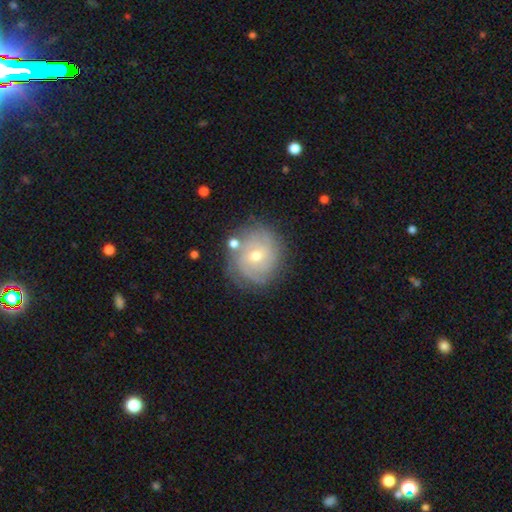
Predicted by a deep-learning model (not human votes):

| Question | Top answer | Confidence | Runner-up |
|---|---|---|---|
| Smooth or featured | featured or disk | 71% | smooth (21%) |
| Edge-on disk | no | 97% | yes (3%) |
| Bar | no | 68% | weak (27%) |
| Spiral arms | yes | 89% | no (11%) |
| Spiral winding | tight | 72% | medium (21%) |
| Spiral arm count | can't tell | 38% | 3 (21%) |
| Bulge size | moderate | 52% | small (45%) |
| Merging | none | 77% | minor disturbance (14%) |